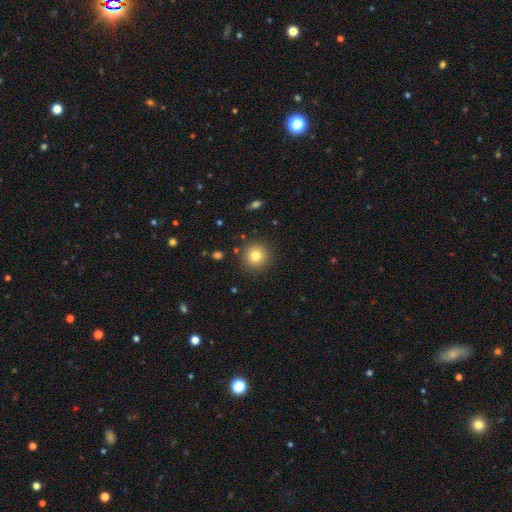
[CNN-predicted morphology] Q: Smooth or featured?
A: smooth (80%); runner-up: star or artifact (12%)
Q: How rounded?
A: round (94%); runner-up: in between (5%)
Q: Merging?
A: none (89%); runner-up: minor disturbance (7%)